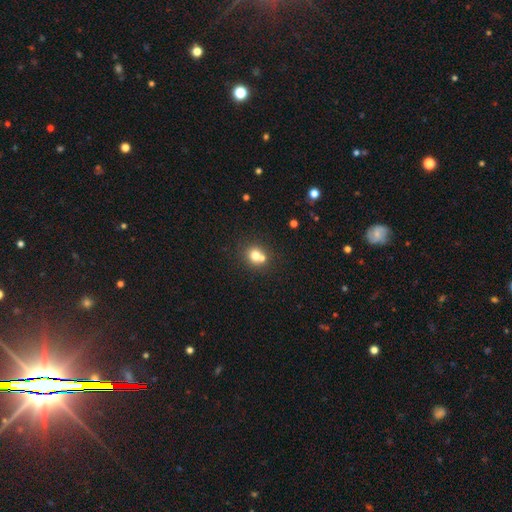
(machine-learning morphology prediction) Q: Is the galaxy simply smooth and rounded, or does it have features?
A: smooth — 72%.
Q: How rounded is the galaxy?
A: round — 80%.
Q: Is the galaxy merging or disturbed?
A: none — 47%.